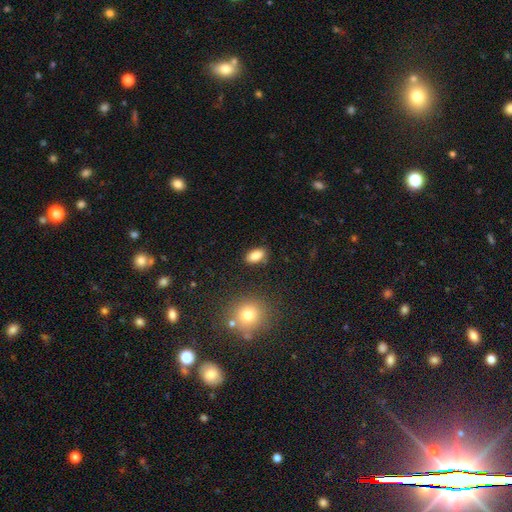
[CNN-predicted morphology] A smooth galaxy with no disk features (86%) that is in between round and cigar-shaped (90%).

Vote fractions:
- Smooth or featured? smooth: 86% / star or artifact: 9% / featured or disk: 5%
- How rounded? in between: 90% / round: 6% / cigar-shaped: 4%
- Merging? none: 85% / minor disturbance: 10% / major disturbance: 3% / merger: 2%